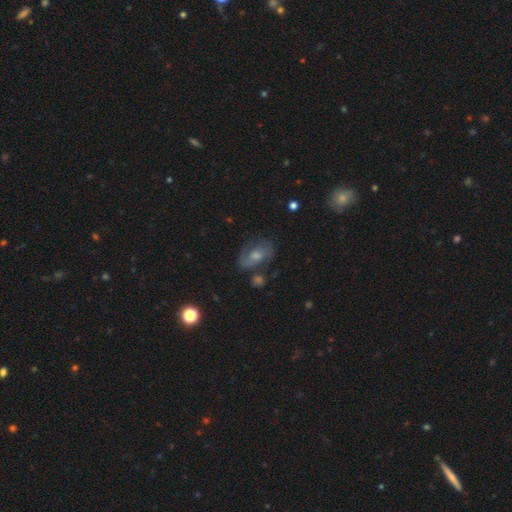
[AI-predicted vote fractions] This appears to be a featured or disk galaxy (49%). Merging: none (59%).